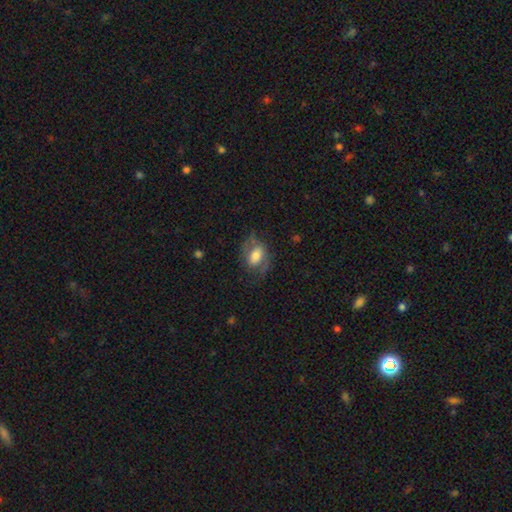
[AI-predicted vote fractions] The model was most divided on "smooth or featured": featured or disk: 48%, smooth: 44%, star or artifact: 8%. More confident: merging — none (60%).